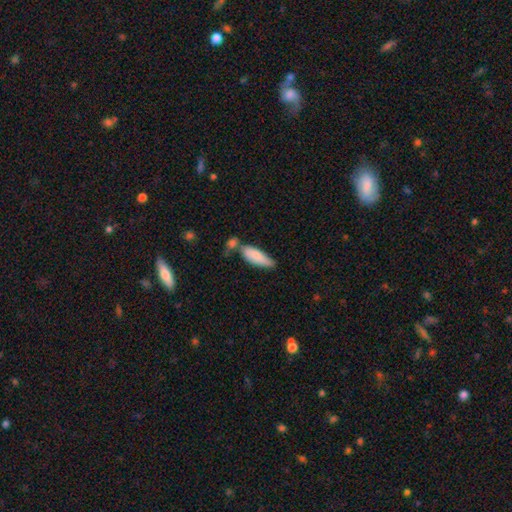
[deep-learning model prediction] Overall: smooth (80%). How rounded: in between (64%; cigar-shaped 34%). Merging: none (37%; merger 32%).